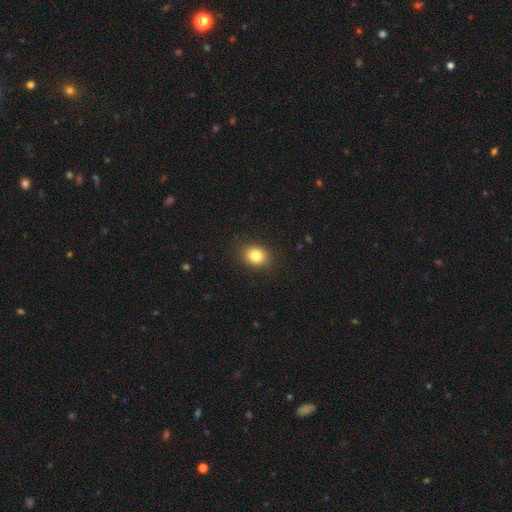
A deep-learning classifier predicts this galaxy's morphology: Q: Smooth or featured?
A: smooth (82%); runner-up: star or artifact (11%)
Q: How rounded?
A: round (62%); runner-up: in between (37%)
Q: Merging?
A: none (87%); runner-up: minor disturbance (9%)